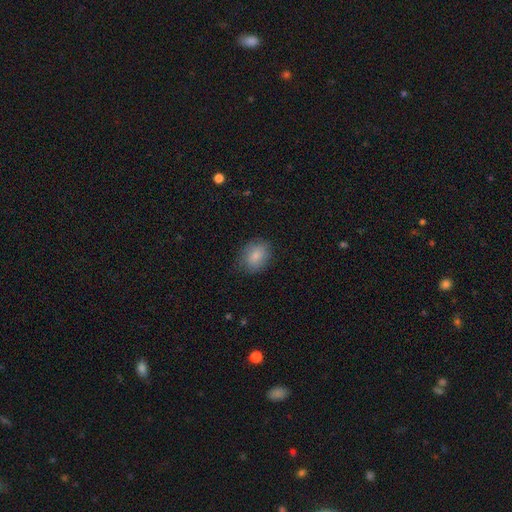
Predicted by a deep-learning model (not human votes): Smooth or featured: smooth — 84% (featured or disk — 9%)
How rounded: in between — 56% (round — 42%)
Merging: none — 79% (minor disturbance — 16%)